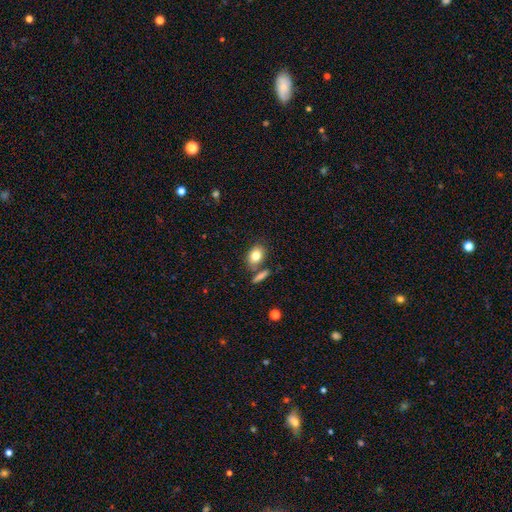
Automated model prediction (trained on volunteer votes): A smooth galaxy with no disk features (81%) that is in between round and cigar-shaped (73%). Merging: none (66%).